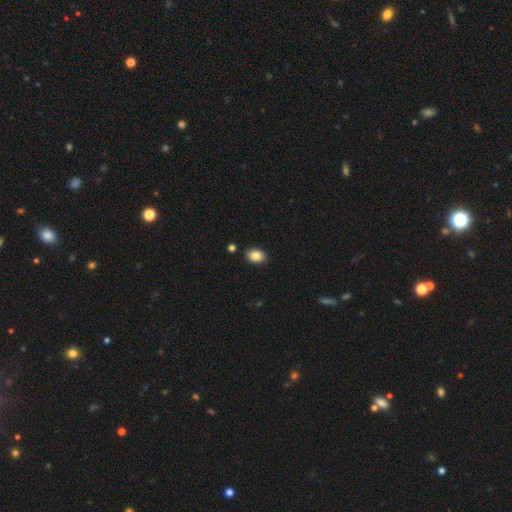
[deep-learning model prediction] Morphology: type=smooth (86%); roundness=in between (76%); merging=none (88%).